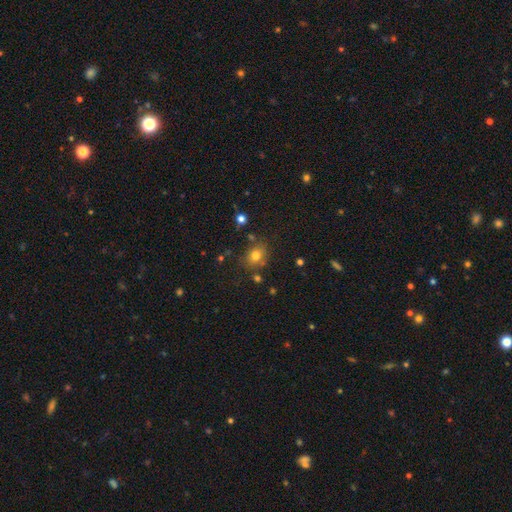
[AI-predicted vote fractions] smooth-or-featured: smooth: 76% | star or artifact: 14% | featured or disk: 10%
  how-rounded: round: 57% | in between: 42% | cigar-shaped: 1%
  merging: none: 76% | minor disturbance: 14% | merger: 6% | major disturbance: 4%